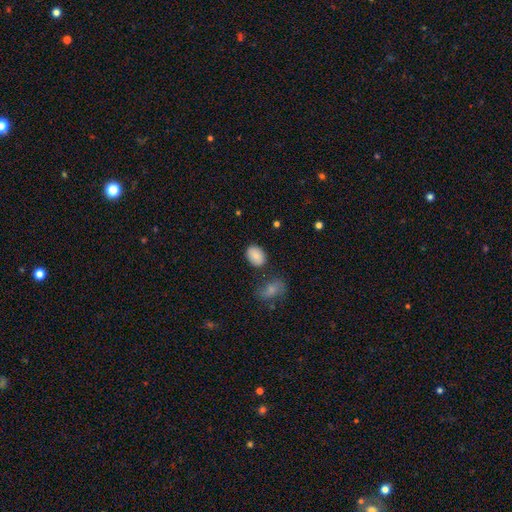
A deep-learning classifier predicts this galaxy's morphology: A smooth galaxy with no disk features (85%) that is in between round and cigar-shaped (80%). Merging: none (78%).